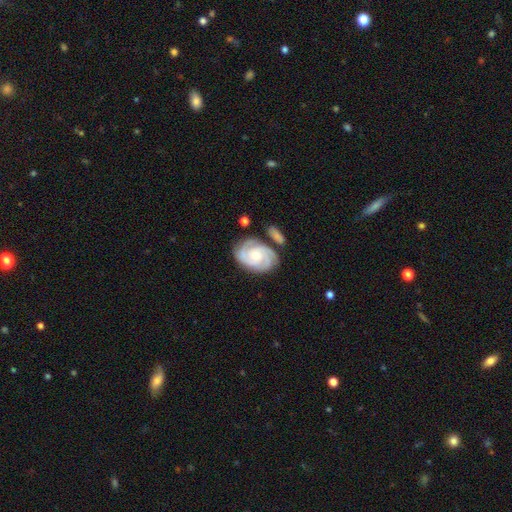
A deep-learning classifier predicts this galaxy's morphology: The model was most divided on "bulge size": moderate: 52%, small: 44%, large: 2%, none: 1%, dominant: 1%. Remaining: edge-on disk — no (97%); spiral arms — yes (97%); smooth or featured — featured or disk (84%); bar — no (73%); merging — none (70%); spiral winding — tight (68%); spiral arm count — 3 (43%).